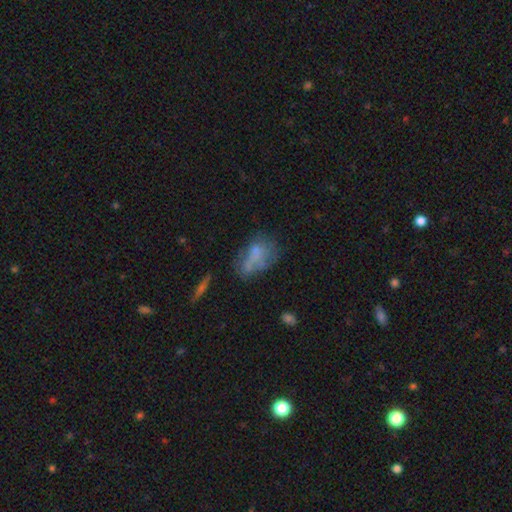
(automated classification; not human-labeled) smooth 54%, featured or disk 33%, star or artifact 13%. Down the decision tree: how rounded — in between (81%); merging — none (36%).